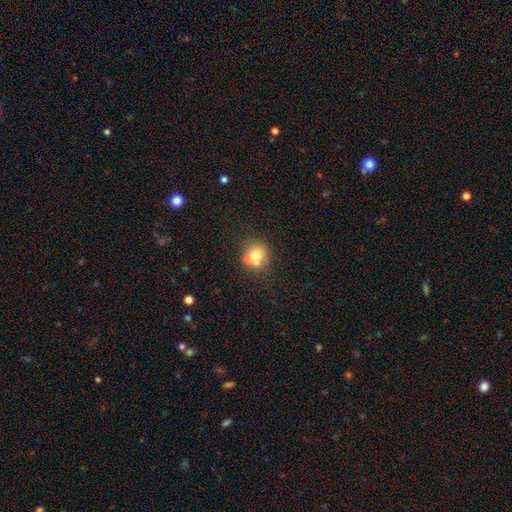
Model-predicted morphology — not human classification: smooth 68%, featured or disk 19%, star or artifact 12%. Down the decision tree: how rounded — round (84%); merging — none (55%).